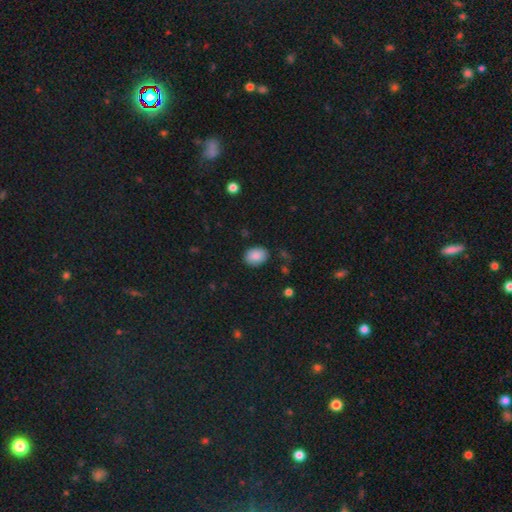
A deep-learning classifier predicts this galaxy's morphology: Overall: smooth (87%). How rounded: in between (66%; round 33%). Merging: none (83%).